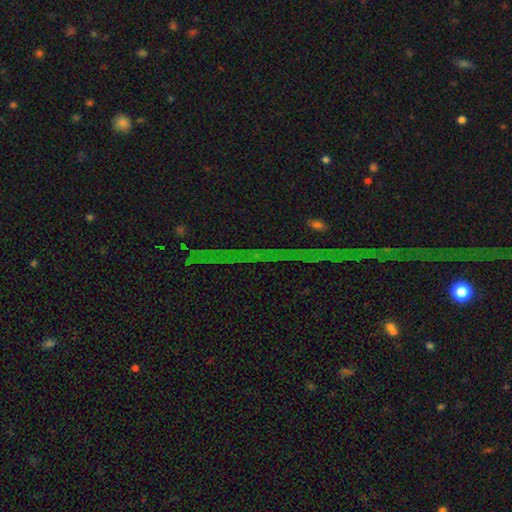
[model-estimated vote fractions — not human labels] A star or artifact, not a galaxy (82%).